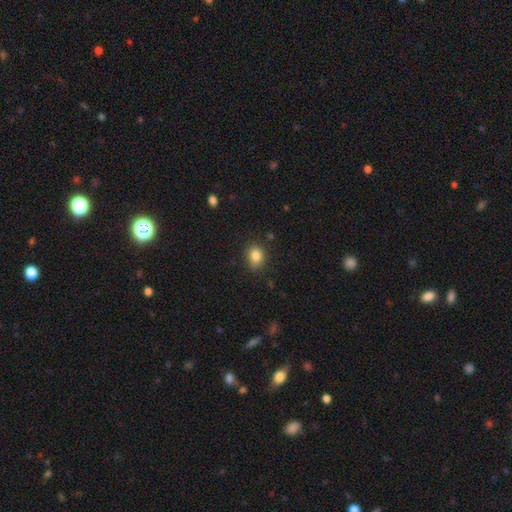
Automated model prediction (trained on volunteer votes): smooth-or-featured: smooth: 84% | star or artifact: 10% | featured or disk: 6%
  how-rounded: round: 60% | in between: 39% | cigar-shaped: 1%
  merging: none: 75% | minor disturbance: 19% | major disturbance: 4% | merger: 2%